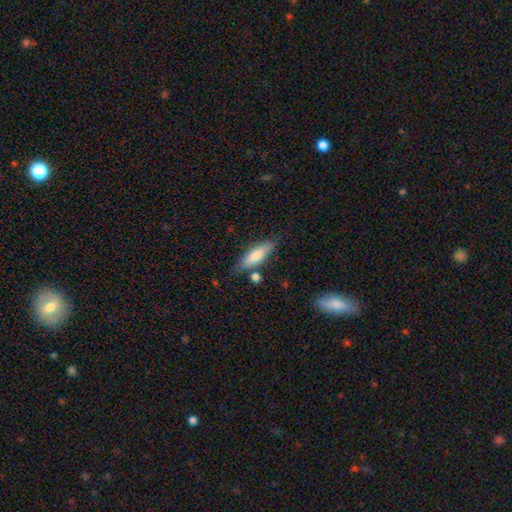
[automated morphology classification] Smooth or featured? smooth (76%)
How rounded? in between (52%)
Merging? none (68%)